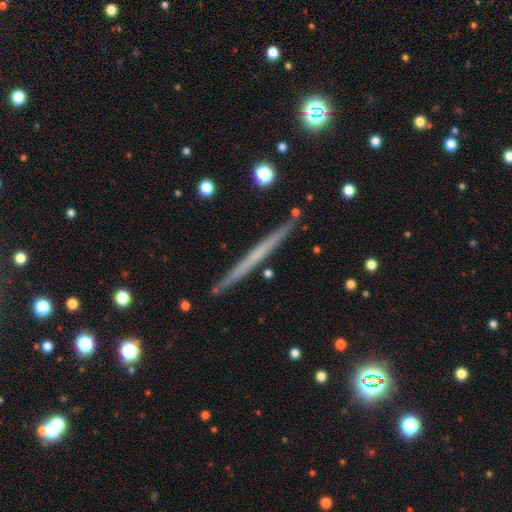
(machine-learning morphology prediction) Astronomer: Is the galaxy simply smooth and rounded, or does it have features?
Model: featured or disk — 56% (runner-up: smooth, 38%).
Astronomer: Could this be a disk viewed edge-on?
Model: yes — 98%.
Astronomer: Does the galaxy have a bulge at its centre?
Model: none — 91%.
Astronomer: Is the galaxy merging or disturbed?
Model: none — 91%.